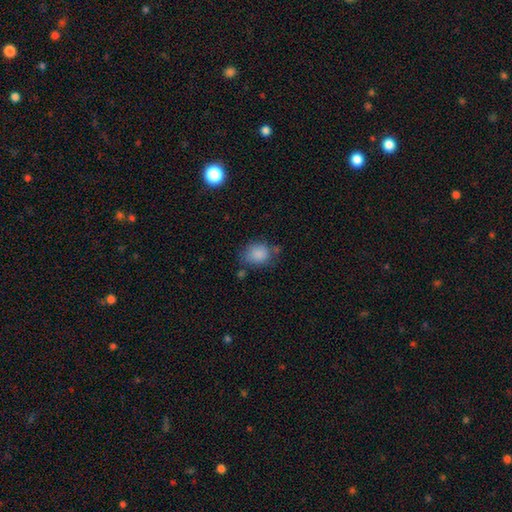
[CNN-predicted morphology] Q: Smooth or featured?
A: smooth (85%); runner-up: star or artifact (9%)
Q: How rounded?
A: round (51%); runner-up: in between (48%)
Q: Merging?
A: none (62%); runner-up: minor disturbance (23%)